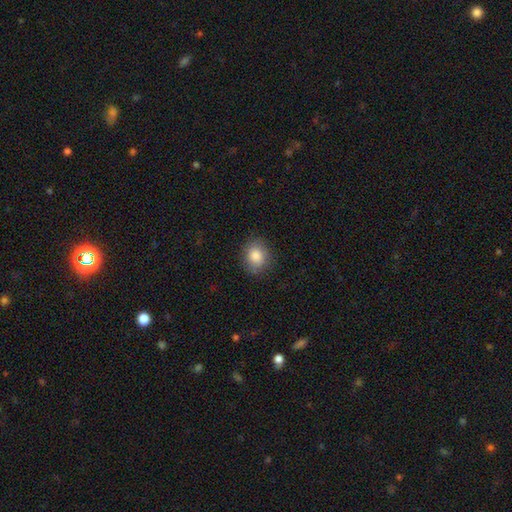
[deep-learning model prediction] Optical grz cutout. It shows a smooth galaxy with no disk features (85%) that is round (65%). Merging: none (84%).